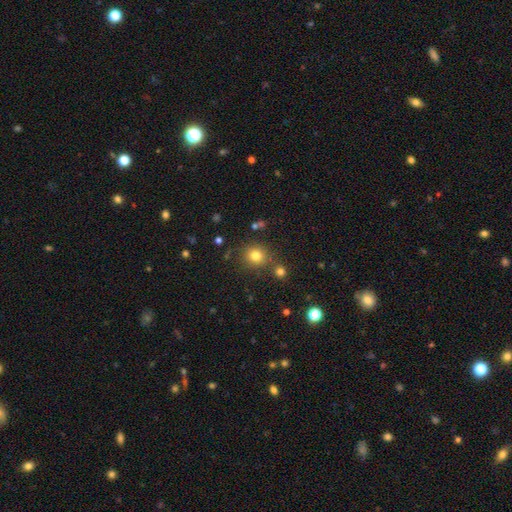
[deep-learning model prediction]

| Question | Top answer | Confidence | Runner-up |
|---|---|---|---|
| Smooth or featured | smooth | 78% | star or artifact (15%) |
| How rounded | round | 89% | in between (10%) |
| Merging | none | 78% | merger (9%) |